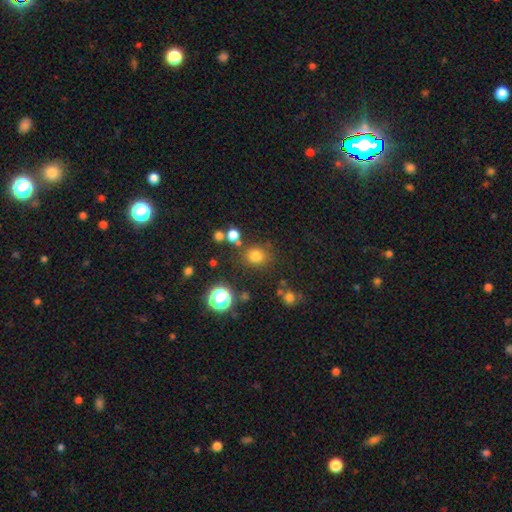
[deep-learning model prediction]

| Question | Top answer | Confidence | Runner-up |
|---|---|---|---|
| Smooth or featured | smooth | 76% | star or artifact (18%) |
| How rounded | round | 77% | in between (22%) |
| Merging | none | 78% | minor disturbance (11%) |